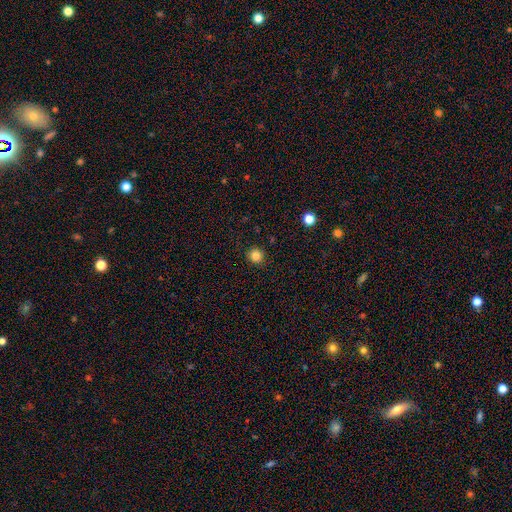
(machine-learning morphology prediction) Smooth or featured? smooth (84%)
How rounded? round (93%)
Merging? none (91%)